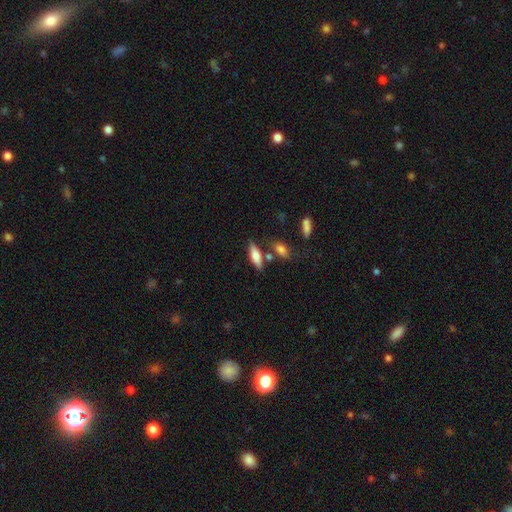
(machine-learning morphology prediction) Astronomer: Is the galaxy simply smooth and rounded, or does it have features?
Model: smooth — 69%.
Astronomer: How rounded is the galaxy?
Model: in between — 63%.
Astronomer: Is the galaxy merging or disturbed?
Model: none — 68%.